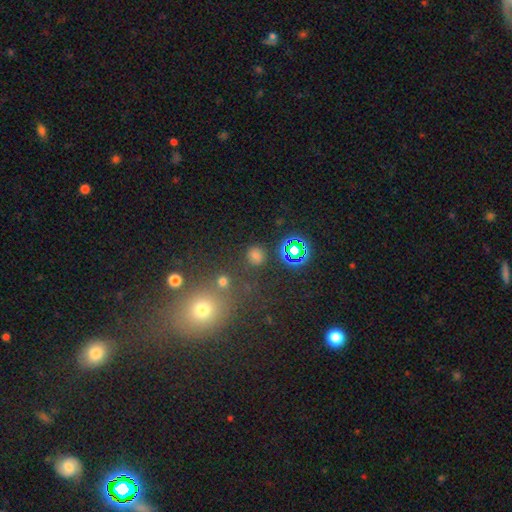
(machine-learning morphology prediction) Overall: smooth (64%; star or artifact 29%). How rounded: round (83%). Merging: none (80%).